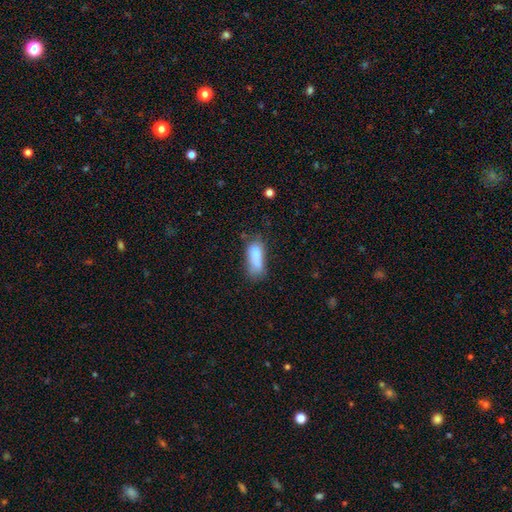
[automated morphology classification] smooth 76%, featured or disk 15%, star or artifact 9%. Down the decision tree: how rounded — in between (74%); merging — none (32%).